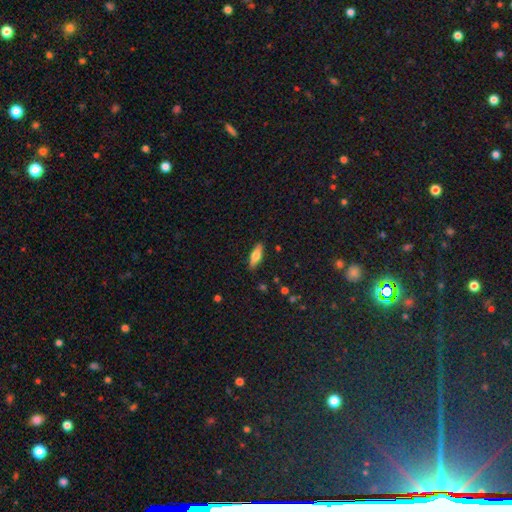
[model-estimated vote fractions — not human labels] smooth-or-featured: smooth: 62% | featured or disk: 31% | star or artifact: 6%
  how-rounded: in between: 54% | cigar-shaped: 43% | round: 2%
  merging: none: 88% | minor disturbance: 9% | major disturbance: 2% | merger: 1%